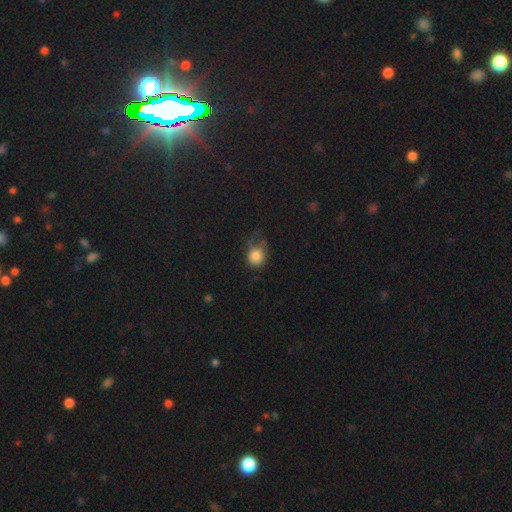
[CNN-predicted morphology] This is clearly a smooth galaxy (81%). How rounded: likely round (74%). Merging: marginally none (40%).